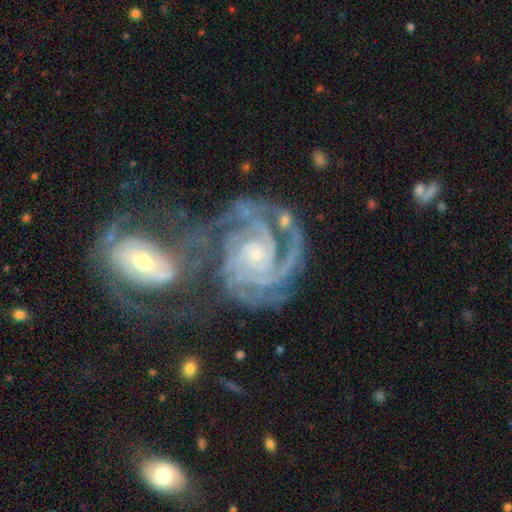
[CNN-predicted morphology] smooth-or-featured: featured or disk: 92% | star or artifact: 5% | smooth: 3%
  disk-edge-on: no: 98% | yes: 2%
    bar: no: 66% | weak: 24% | strong: 10%
    has-spiral-arms: yes: 98% | no: 2%
      spiral-winding: tight: 70% | medium: 26% | loose: 4%
      spiral-arm-count: 3: 34% | 2: 23% | 4: 15% | can't tell: 14% | more than 4: 7% | 1: 7%
    bulge-size: small: 79% | moderate: 16% | none: 3% | large: 2% | dominant: 1%
  merging: merger: 38% | none: 32% | major disturbance: 15% | minor disturbance: 15%